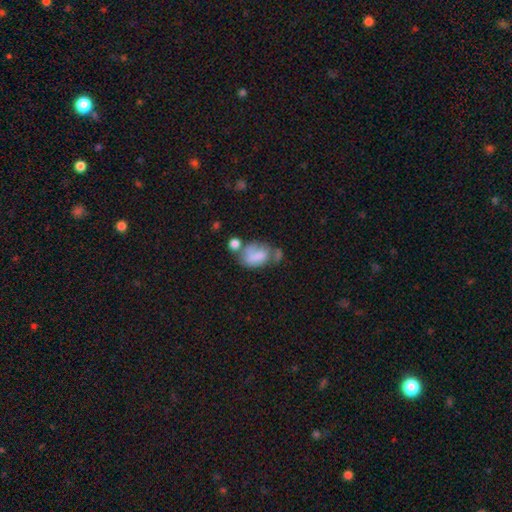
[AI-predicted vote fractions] Q: Smooth or featured?
A: smooth (64%); runner-up: featured or disk (26%)
Q: How rounded?
A: in between (80%); runner-up: round (19%)
Q: Merging?
A: merger (32%); runner-up: none (24%)